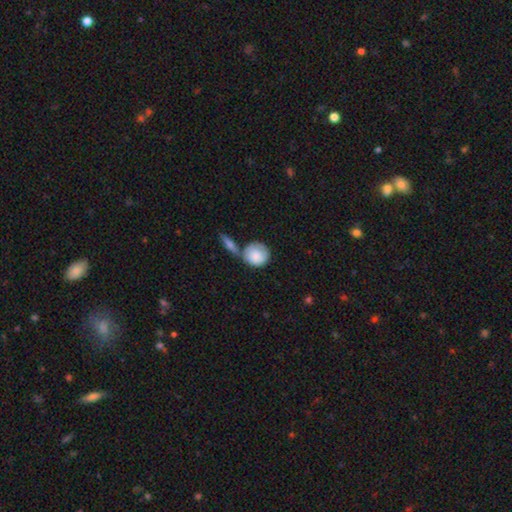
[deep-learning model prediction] A smooth galaxy with no disk features (81%) that is round (82%). Merging: none (46%).